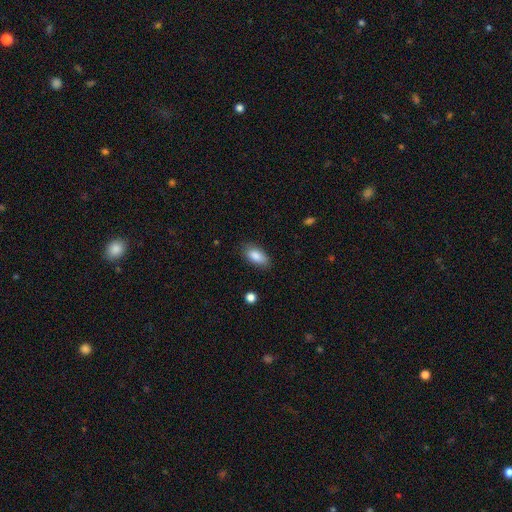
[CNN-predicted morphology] A smooth galaxy with no disk features (86%) that is in between round and cigar-shaped (90%). Merging: none (81%).